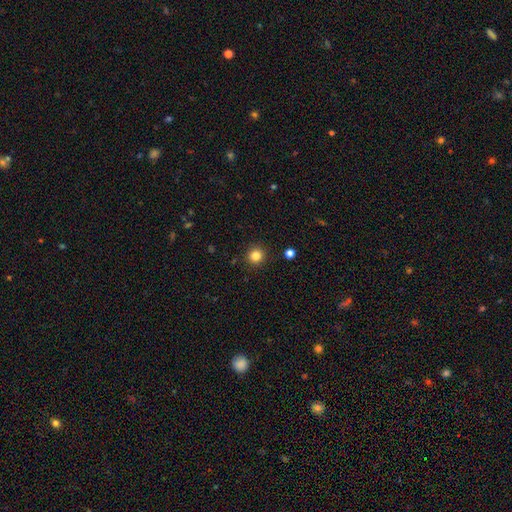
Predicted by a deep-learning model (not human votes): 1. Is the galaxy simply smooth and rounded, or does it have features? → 84% smooth, 12% star or artifact, 4% featured or disk.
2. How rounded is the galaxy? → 93% round, 6% in between, 1% cigar-shaped.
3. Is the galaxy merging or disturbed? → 91% none, 6% minor disturbance, 2% major disturbance, 1% merger.